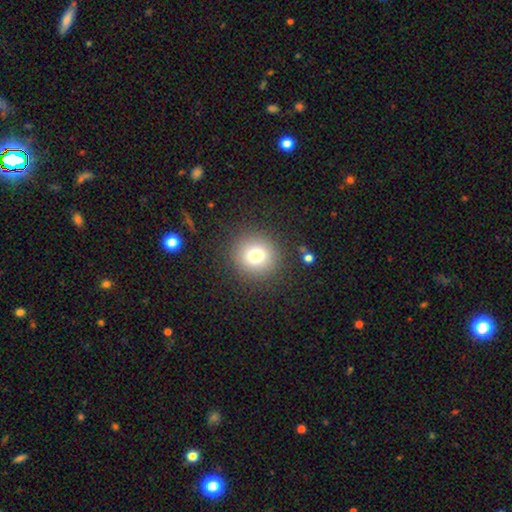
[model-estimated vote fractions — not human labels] Smooth or featured: smooth — 76% (star or artifact — 14%)
How rounded: round — 93% (in between — 6%)
Merging: none — 89% (minor disturbance — 7%)